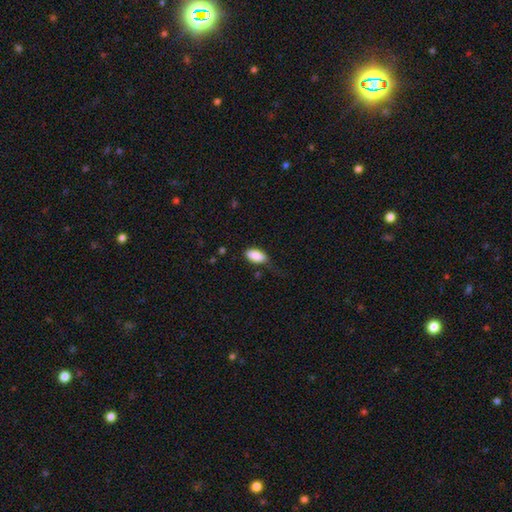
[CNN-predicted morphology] smooth 88%, star or artifact 7%, featured or disk 5%. Down the decision tree: how rounded — in between (93%); merging — none (56%).